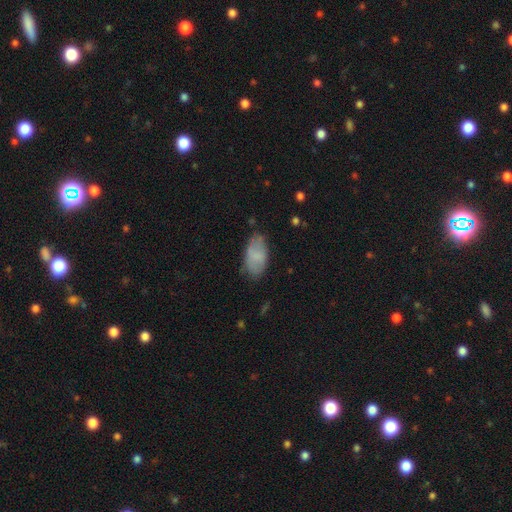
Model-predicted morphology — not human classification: smooth 75%, featured or disk 19%, star or artifact 7%. Down the decision tree: how rounded — in between (94%); merging — none (67%).